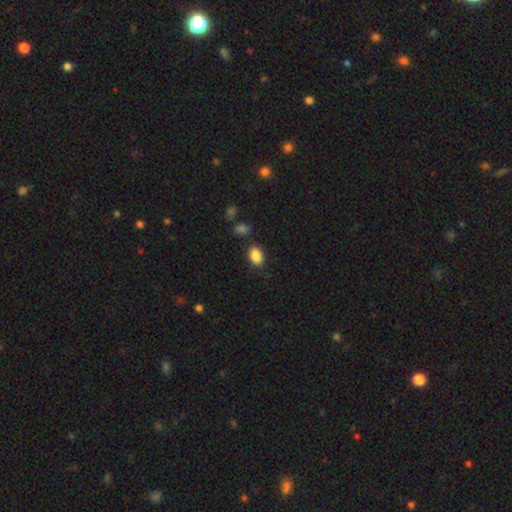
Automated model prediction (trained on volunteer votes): This is clearly a smooth galaxy (87%). How rounded: clearly in between (87%). Merging: clearly none (83%).